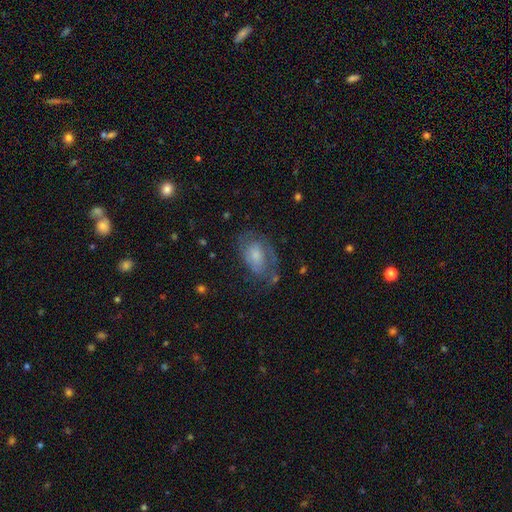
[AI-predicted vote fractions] Q: Smooth or featured?
A: featured or disk (54%); runner-up: smooth (37%)
Q: Edge-on disk?
A: no (95%); runner-up: yes (5%)
Q: Bar?
A: no (67%); runner-up: weak (27%)
Q: Spiral arms?
A: yes (72%); runner-up: no (28%)
Q: Bulge size?
A: moderate (39%); runner-up: small (36%)
Q: Merging?
A: none (49%); runner-up: minor disturbance (25%)